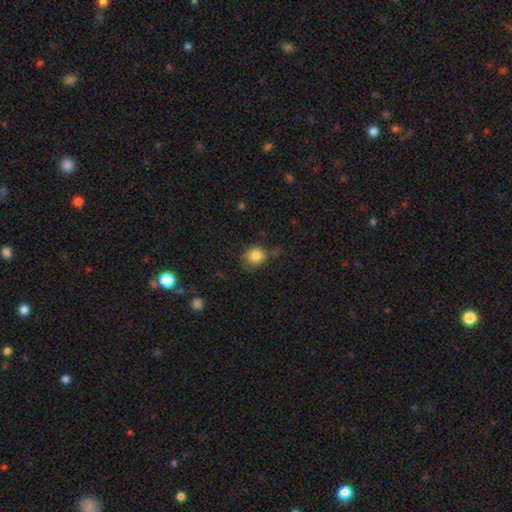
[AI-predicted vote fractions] Smooth or featured? smooth (85%)
How rounded? round (84%)
Merging? none (67%)